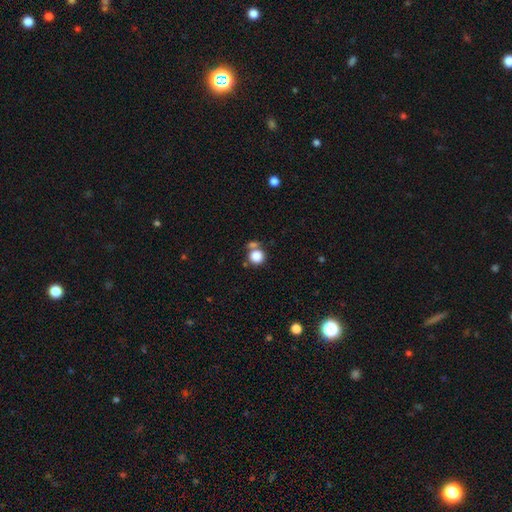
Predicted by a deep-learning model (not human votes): A smooth galaxy with no disk features (84%) that is round (90%). Merging: none (58%).